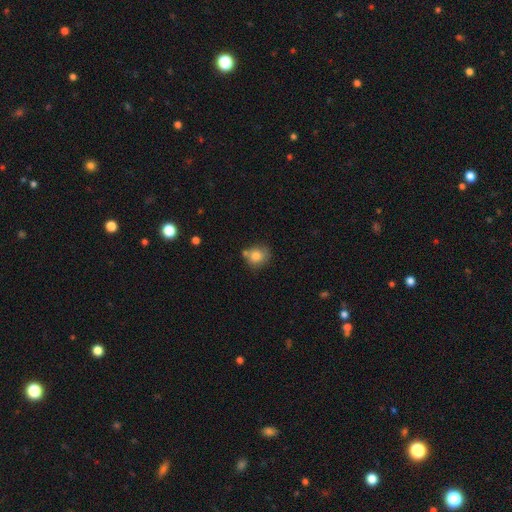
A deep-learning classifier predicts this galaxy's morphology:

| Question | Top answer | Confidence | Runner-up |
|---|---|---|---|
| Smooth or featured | smooth | 81% | featured or disk (10%) |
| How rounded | round | 76% | in between (23%) |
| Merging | none | 58% | minor disturbance (21%) |